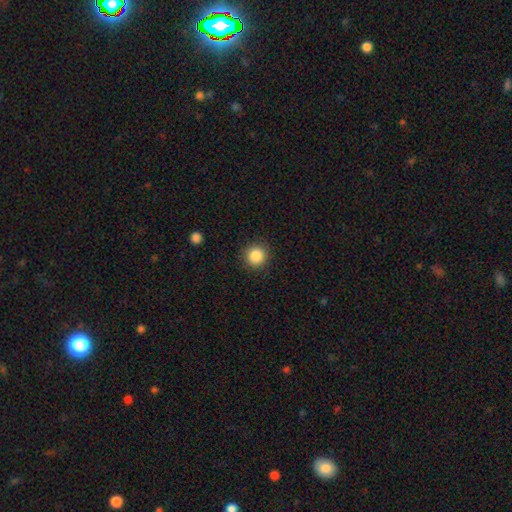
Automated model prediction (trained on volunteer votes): A smooth galaxy with no disk features (86%) that is round (94%). Merging: none (91%).